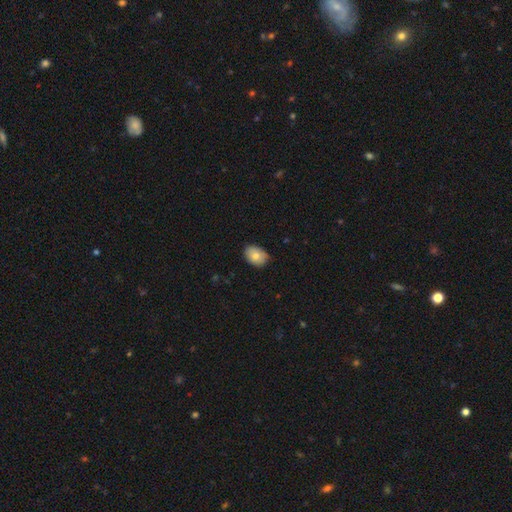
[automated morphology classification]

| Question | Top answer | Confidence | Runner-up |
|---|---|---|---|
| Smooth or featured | smooth | 80% | featured or disk (13%) |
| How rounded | in between | 75% | round (24%) |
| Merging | none | 81% | minor disturbance (16%) |